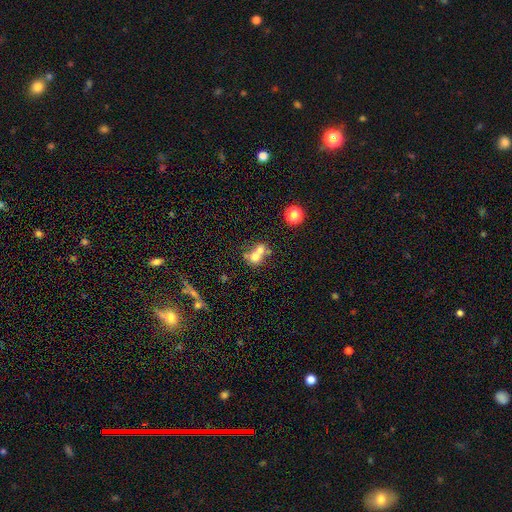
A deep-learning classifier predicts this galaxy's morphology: Smooth or featured: smooth — 62% (featured or disk — 24%)
How rounded: round — 69% (in between — 29%)
Merging: merger — 63% (none — 26%)